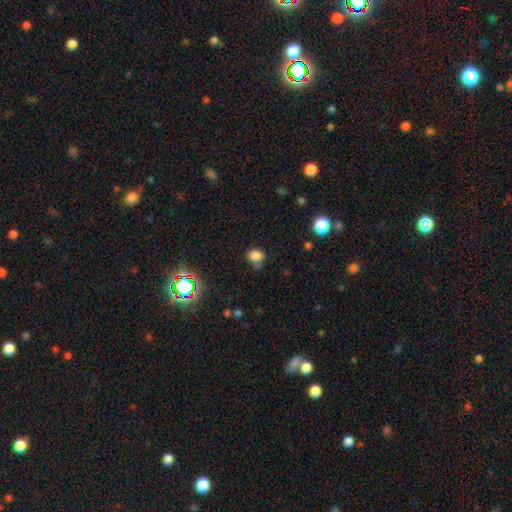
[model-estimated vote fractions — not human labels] Smooth or featured? smooth (81%)
How rounded? round (62%)
Merging? none (60%)